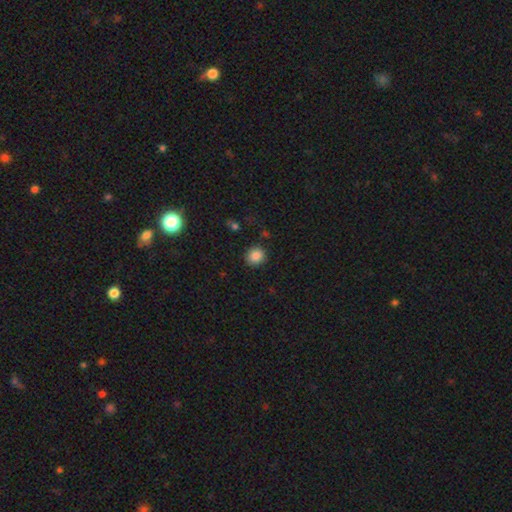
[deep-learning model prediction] This appears to be a smooth galaxy with no disk features (86%) that is round (84%). Merging: none (88%).